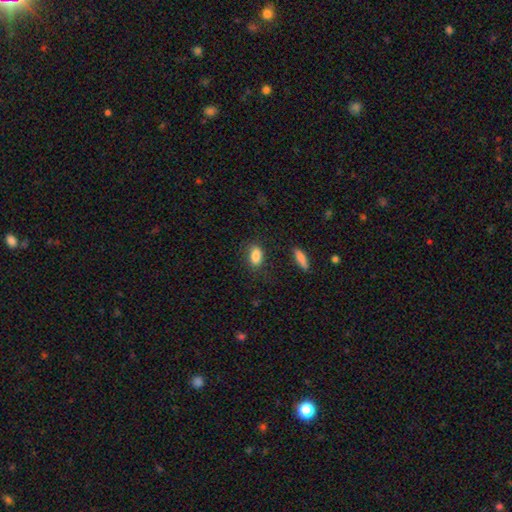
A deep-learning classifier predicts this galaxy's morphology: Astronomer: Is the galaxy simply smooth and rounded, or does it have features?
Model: smooth — 86%.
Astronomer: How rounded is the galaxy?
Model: in between — 86%.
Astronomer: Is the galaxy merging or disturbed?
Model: none — 77%.